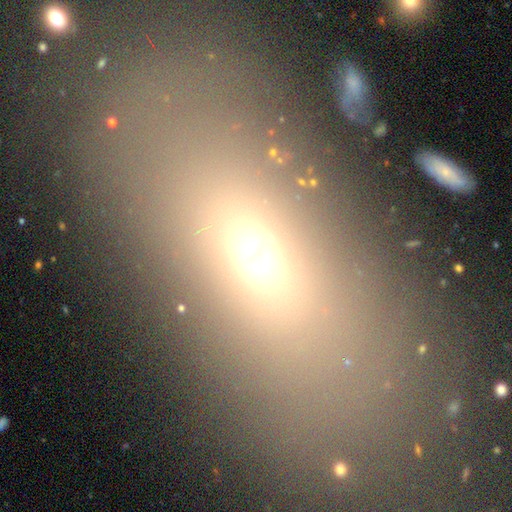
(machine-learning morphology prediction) This is likely a smooth galaxy (61%). How rounded: likely in between (74%). Merging: likely none (70%).